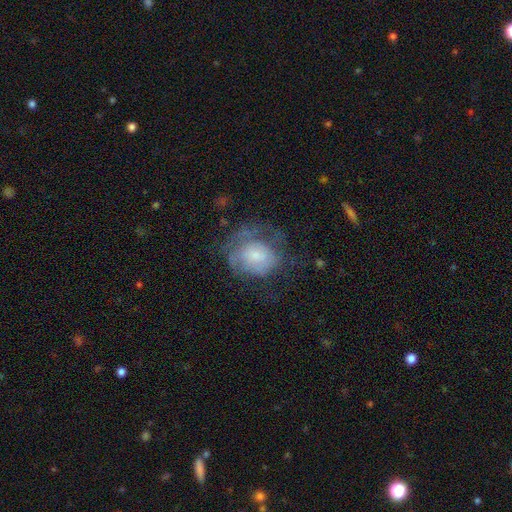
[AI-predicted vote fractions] Smooth or featured?
  - smooth: 46% *
  - featured or disk: 45%
  - star or artifact: 9%
Merging?
  - none: 42% *
  - major disturbance: 31%
  - minor disturbance: 26%
  - merger: 2%